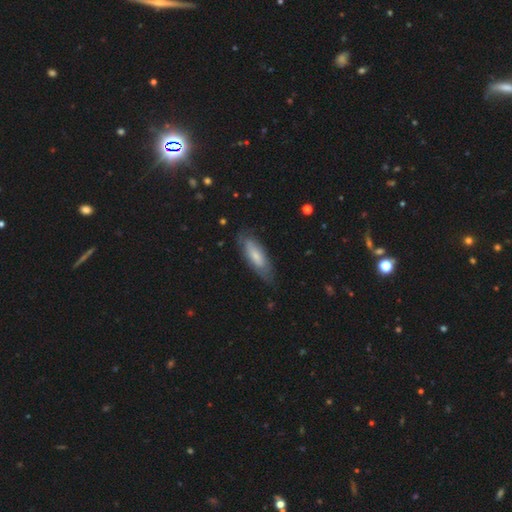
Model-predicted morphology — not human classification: Smooth or featured? smooth (62%)
How rounded? in between (59%)
Merging? none (74%)